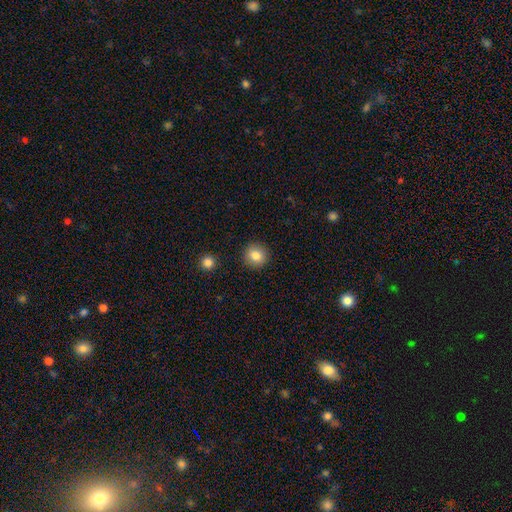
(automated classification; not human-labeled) Smooth or featured? Predicted: smooth (p=0.83). How rounded? Predicted: round (p=0.91). Merging? Predicted: none (p=0.91).